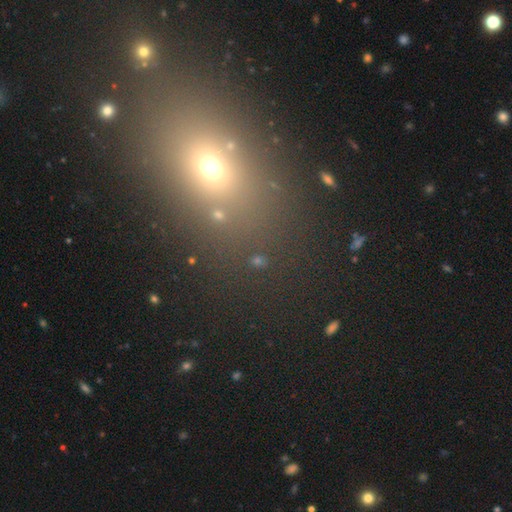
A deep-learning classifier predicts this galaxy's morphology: Smooth or featured? smooth (50%)
Merging? none (81%)